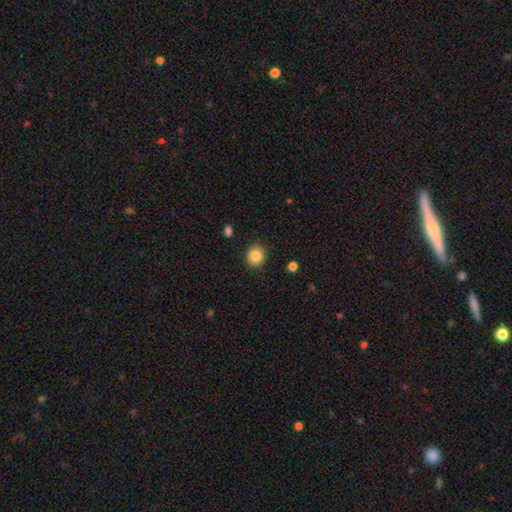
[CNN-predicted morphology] smooth_or_featured: smooth (p=0.86) [alt: star or artifact p=0.09]
how_rounded: round (p=0.84) [alt: in between p=0.15]
merging: none (p=0.90) [alt: minor disturbance p=0.07]